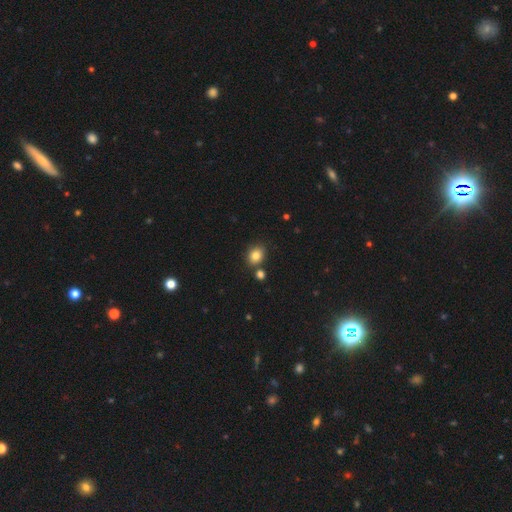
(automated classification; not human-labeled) Smooth or featured: smooth — 82% (star or artifact — 11%)
How rounded: round — 53% (in between — 46%)
Merging: none — 75% (merger — 12%)